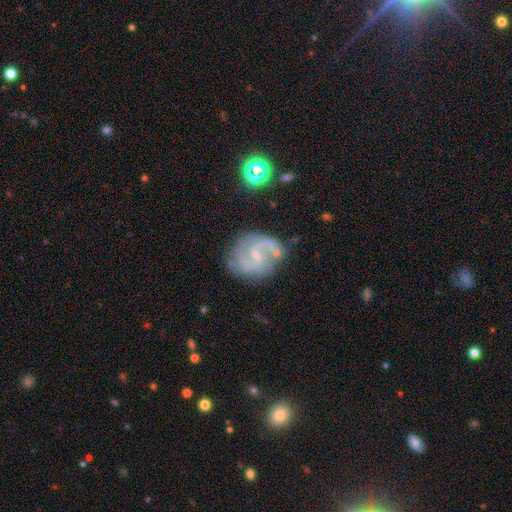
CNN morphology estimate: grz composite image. It shows a featured or disk galaxy (83%) with a weak bar (55%), 2 (81%) medium (51%) spiral arms (95%) and a small central bulge (70%). Merging: none (65%).